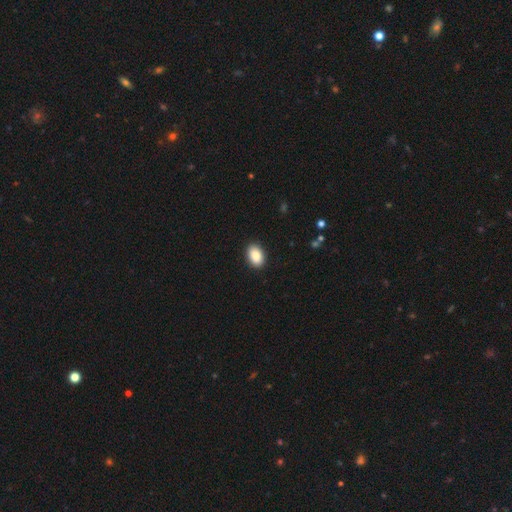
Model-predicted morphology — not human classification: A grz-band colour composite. It shows a smooth galaxy with no disk features (88%) that is in between round and cigar-shaped (87%). Merging: none (91%).